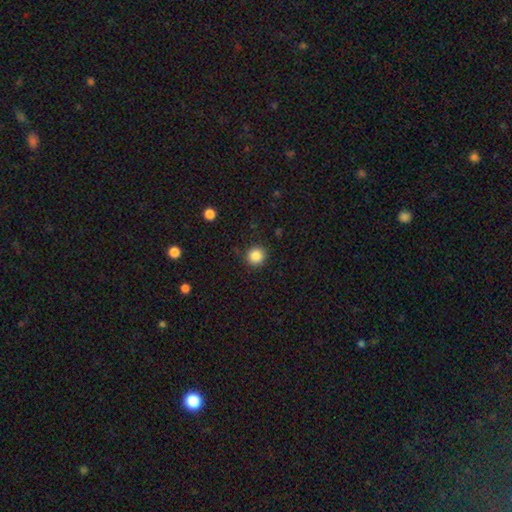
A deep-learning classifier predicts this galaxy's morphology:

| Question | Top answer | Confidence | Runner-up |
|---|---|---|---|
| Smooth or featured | smooth | 86% | star or artifact (10%) |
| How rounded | round | 94% | in between (5%) |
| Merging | none | 90% | minor disturbance (6%) |